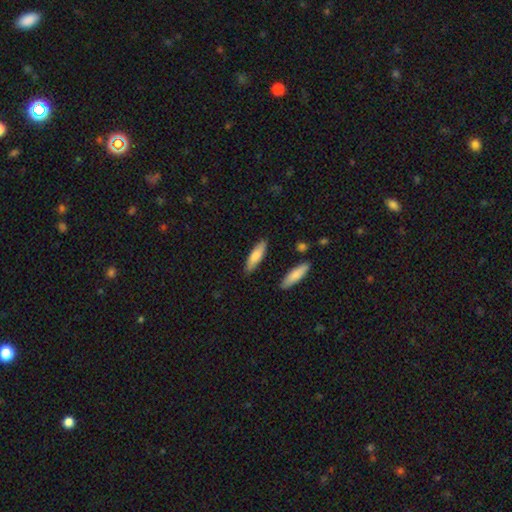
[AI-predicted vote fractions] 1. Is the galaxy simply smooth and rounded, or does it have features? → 79% smooth, 16% featured or disk, 5% star or artifact.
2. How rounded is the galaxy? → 58% cigar-shaped, 41% in between, 2% round.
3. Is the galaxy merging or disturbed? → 84% none, 11% minor disturbance, 3% merger, 2% major disturbance.